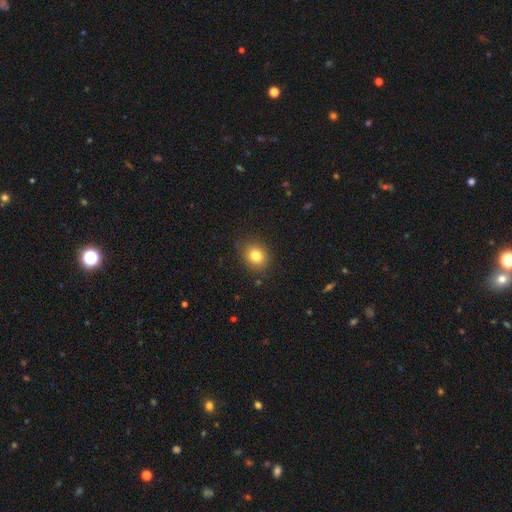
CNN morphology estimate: Smooth or featured?
  - smooth: 81% *
  - star or artifact: 11%
  - featured or disk: 8%
How rounded?
  - round: 64% *
  - in between: 35%
  - cigar-shaped: 1%
Merging?
  - none: 85% *
  - minor disturbance: 11%
  - major disturbance: 3%
  - merger: 1%